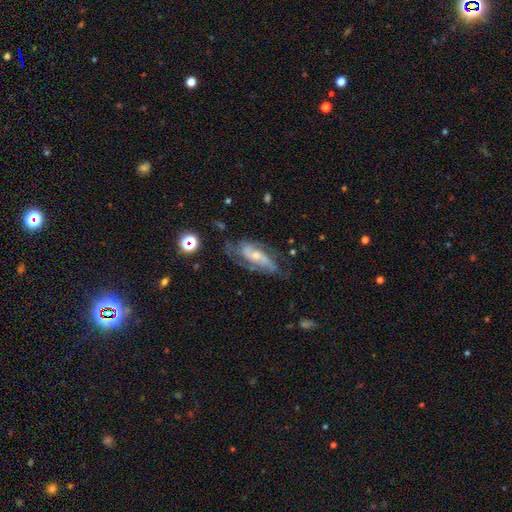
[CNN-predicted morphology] Smooth or featured? Predicted: featured or disk (p=0.78). Edge-on disk? Predicted: no (p=0.91). Bar? Predicted: no (p=0.55). Spiral arms? Predicted: yes (p=0.91). Spiral winding? Predicted: medium (p=0.45). Spiral arm count? Predicted: 2 (p=0.60). Bulge size? Predicted: small (p=0.54). Merging? Predicted: none (p=0.59).